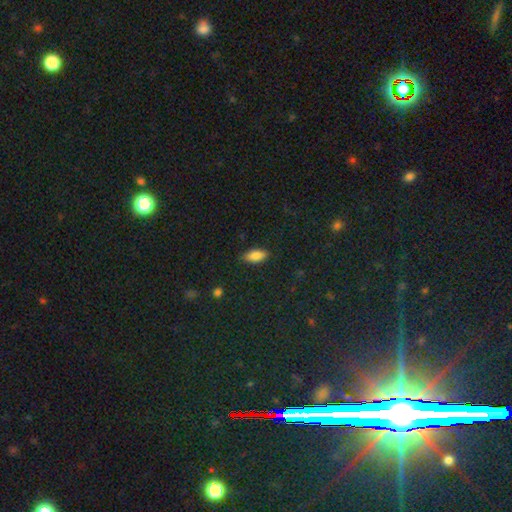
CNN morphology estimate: type=smooth (83%); roundness=in between (87%); merging=none (85%).